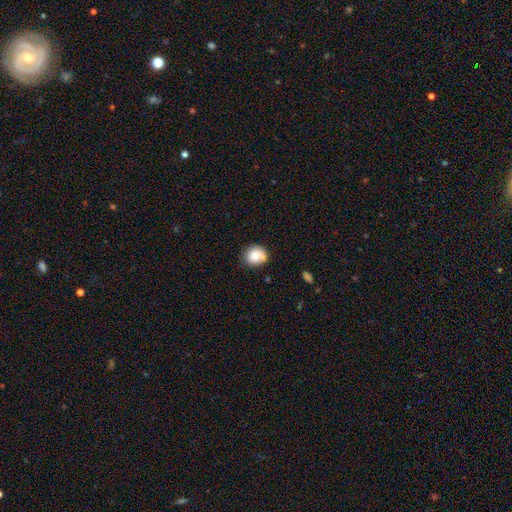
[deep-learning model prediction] A smooth galaxy with no disk features (81%) that is round (80%).

Vote fractions:
- Smooth or featured? smooth: 81% / featured or disk: 10% / star or artifact: 9%
- How rounded? round: 80% / in between: 19% / cigar-shaped: 1%
- Merging? none: 63% / minor disturbance: 21% / merger: 11% / major disturbance: 5%